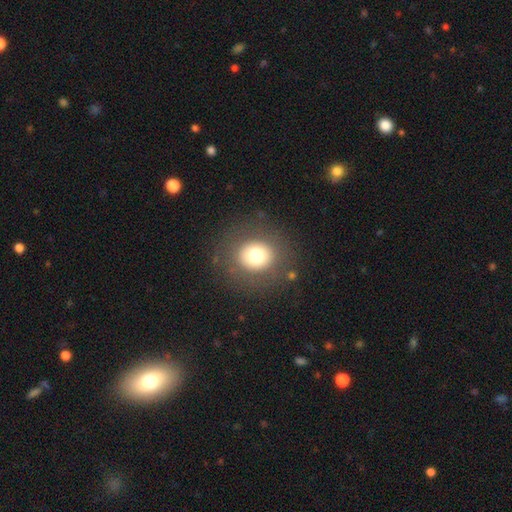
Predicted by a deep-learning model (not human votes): Smooth or featured? smooth (73%)
How rounded? round (84%)
Merging? none (84%)